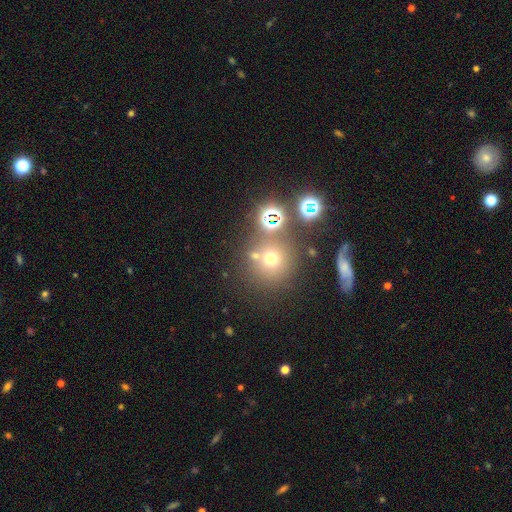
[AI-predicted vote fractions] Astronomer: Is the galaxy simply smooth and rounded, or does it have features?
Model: smooth — 44% (runner-up: star or artifact, 42%).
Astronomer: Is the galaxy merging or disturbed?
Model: none — 65%.